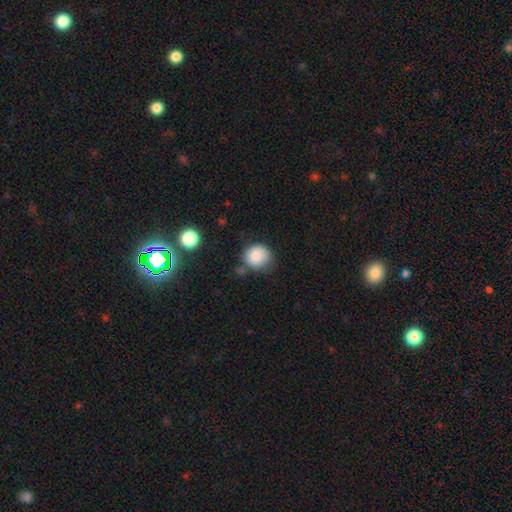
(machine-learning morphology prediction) Q: Smooth or featured?
A: smooth (84%); runner-up: star or artifact (9%)
Q: How rounded?
A: round (84%); runner-up: in between (15%)
Q: Merging?
A: none (61%); runner-up: minor disturbance (24%)